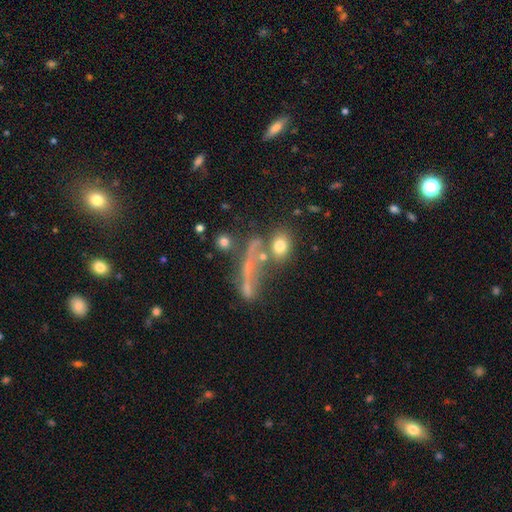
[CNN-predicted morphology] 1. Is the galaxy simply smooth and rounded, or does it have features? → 47% smooth, 34% featured or disk, 19% star or artifact.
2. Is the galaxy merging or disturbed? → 43% none, 23% merger, 18% major disturbance, 16% minor disturbance.